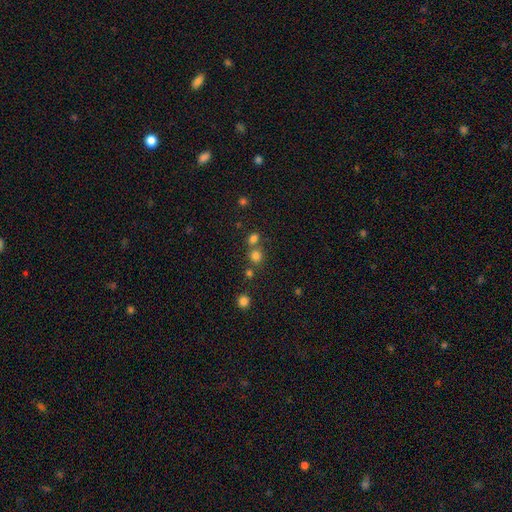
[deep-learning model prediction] Overall: smooth (75%). How rounded: round (88%). Merging: none (64%; merger 26%).